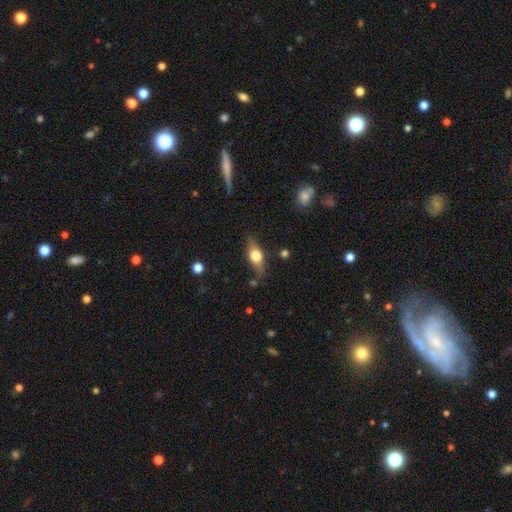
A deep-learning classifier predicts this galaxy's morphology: A smooth galaxy with no disk features (49%).

Vote fractions:
- Smooth or featured? smooth: 49% / featured or disk: 43% / star or artifact: 8%
- Merging? none: 79% / minor disturbance: 15% / major disturbance: 4% / merger: 2%